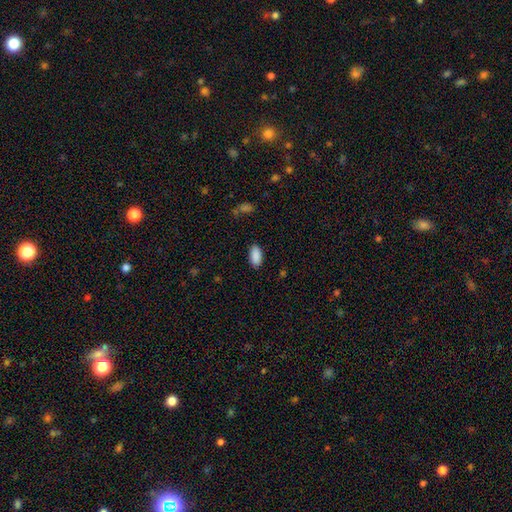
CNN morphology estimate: Smooth or featured? Predicted: smooth (p=0.90). How rounded? Predicted: in between (p=0.93). Merging? Predicted: none (p=0.87).